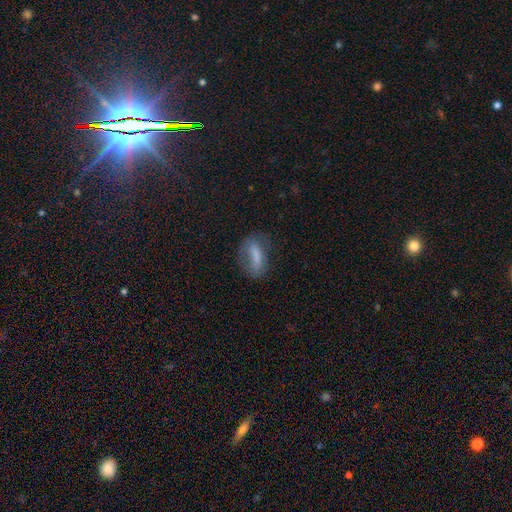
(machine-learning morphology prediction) smooth-or-featured: smooth: 67% | featured or disk: 23% | star or artifact: 10%
  how-rounded: in between: 66% | cigar-shaped: 26% | round: 8%
  merging: none: 58% | minor disturbance: 24% | major disturbance: 16% | merger: 2%